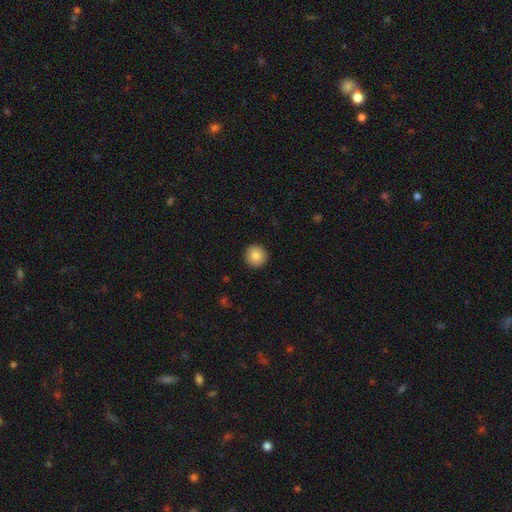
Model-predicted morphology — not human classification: smooth_or_featured: smooth (p=0.84) [alt: star or artifact p=0.08]
how_rounded: round (p=0.94) [alt: in between p=0.05]
merging: none (p=0.93) [alt: minor disturbance p=0.05]